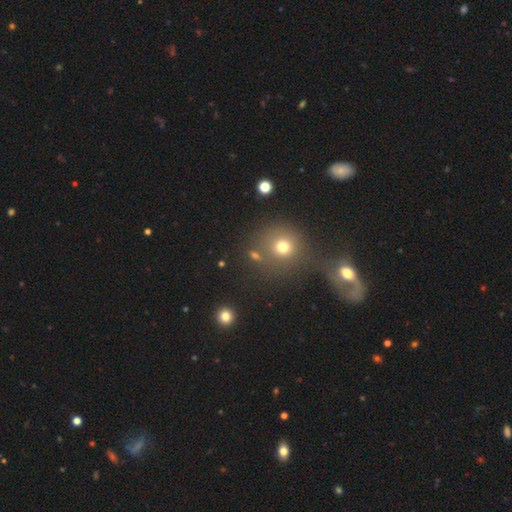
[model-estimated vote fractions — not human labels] Overall: smooth (62%; star or artifact 25%). How rounded: round (86%). Merging: none (60%; merger 25%).